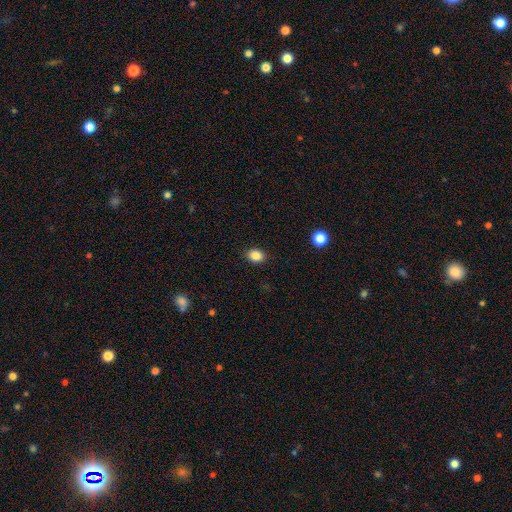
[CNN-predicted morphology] Smooth or featured: smooth — 86% (star or artifact — 10%)
How rounded: in between — 60% (round — 39%)
Merging: none — 89% (minor disturbance — 8%)